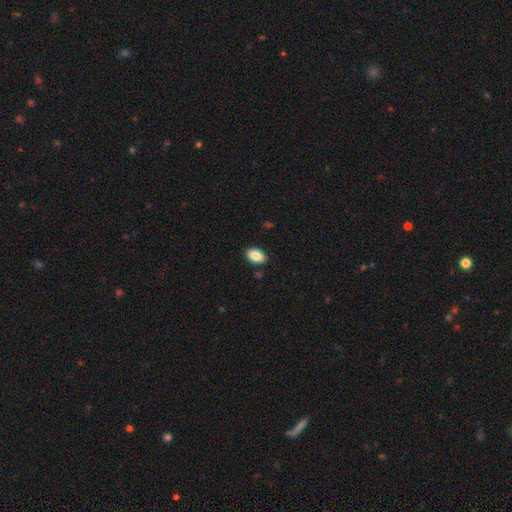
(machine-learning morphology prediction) Smooth or featured? smooth (86%)
How rounded? in between (91%)
Merging? none (88%)